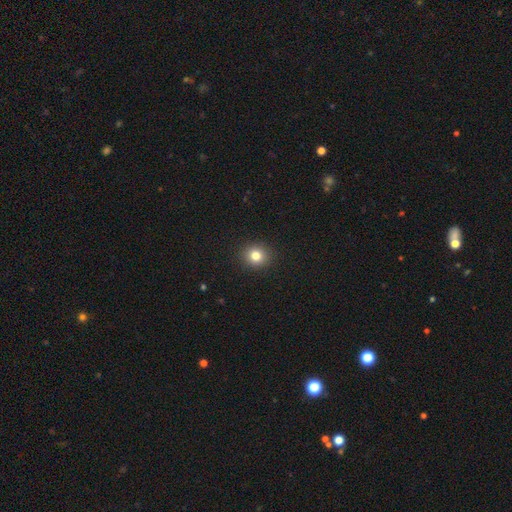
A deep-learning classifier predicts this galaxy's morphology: This is clearly a smooth galaxy (81%). How rounded: clearly round (87%). Merging: clearly none (92%).